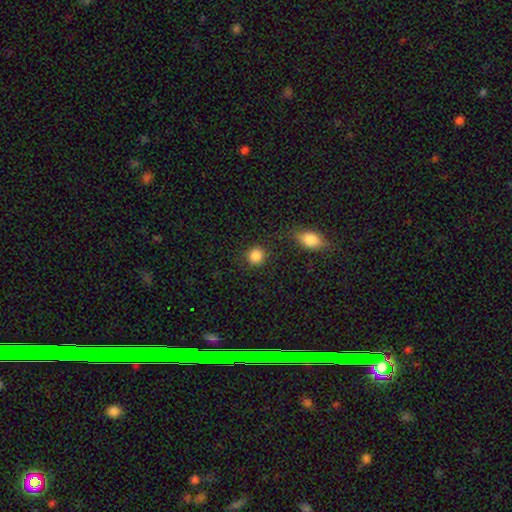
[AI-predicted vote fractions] This appears to be a smooth galaxy with no disk features (87%) that is round (89%). Merging: none (86%).